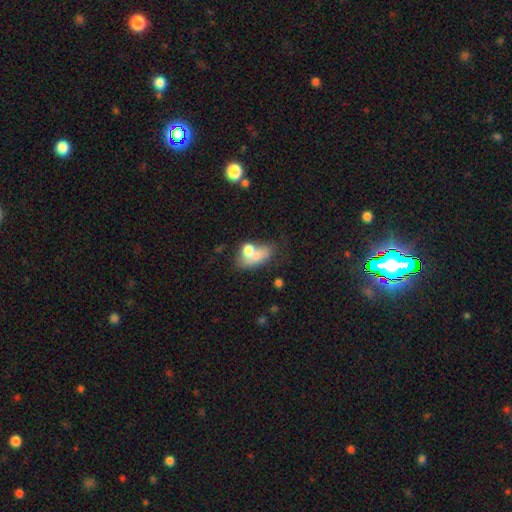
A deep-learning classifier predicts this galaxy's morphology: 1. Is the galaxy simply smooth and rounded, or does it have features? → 65% smooth, 24% featured or disk, 11% star or artifact.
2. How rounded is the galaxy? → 78% in between, 19% round, 3% cigar-shaped.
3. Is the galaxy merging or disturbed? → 41% merger, 29% none, 17% minor disturbance, 13% major disturbance.